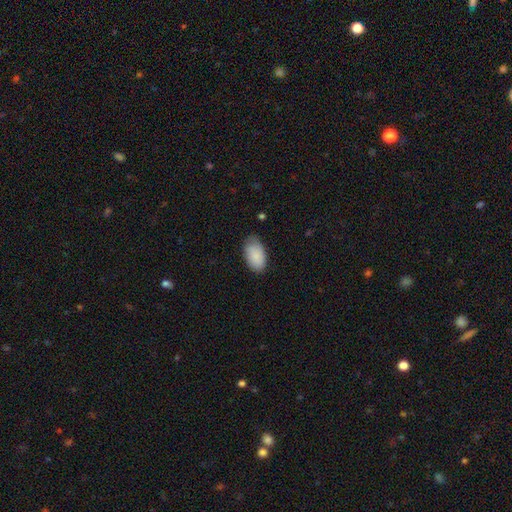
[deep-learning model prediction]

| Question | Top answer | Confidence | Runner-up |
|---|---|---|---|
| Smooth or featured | smooth | 88% | featured or disk (6%) |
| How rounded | in between | 95% | round (4%) |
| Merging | none | 71% | minor disturbance (24%) |